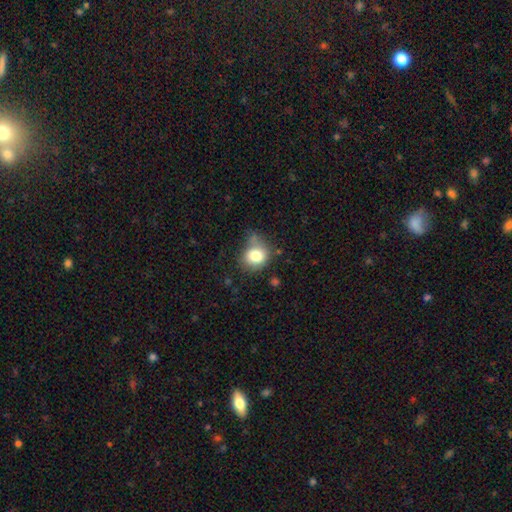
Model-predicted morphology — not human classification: This appears to be a smooth galaxy with no disk features (79%) that is round (69%). Merging: none (52%).